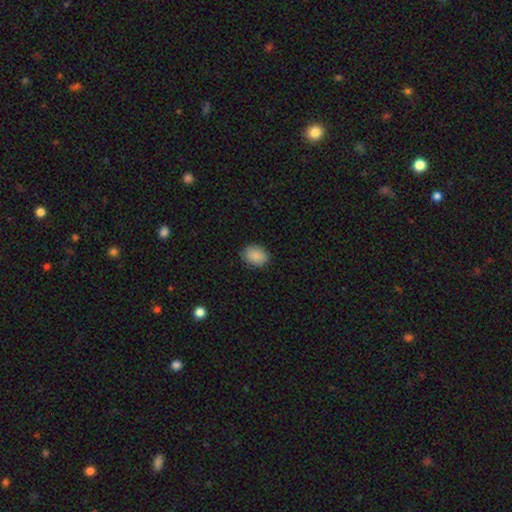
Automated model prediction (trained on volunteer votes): Q: Smooth or featured?
A: smooth (87%); runner-up: star or artifact (8%)
Q: How rounded?
A: in between (60%); runner-up: round (39%)
Q: Merging?
A: none (86%); runner-up: minor disturbance (10%)